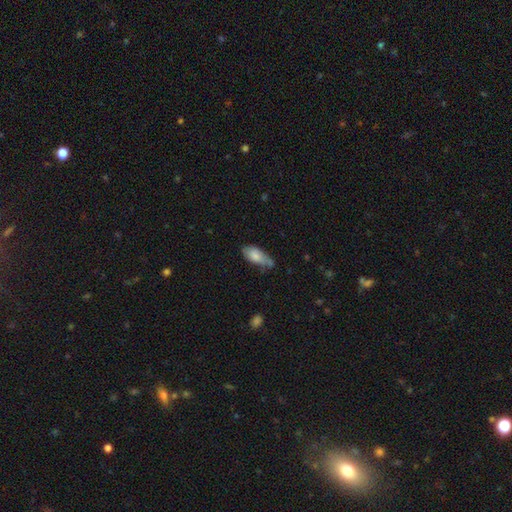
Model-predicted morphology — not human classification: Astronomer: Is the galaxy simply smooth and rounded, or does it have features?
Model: smooth — 77%.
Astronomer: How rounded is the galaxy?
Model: in between — 85%.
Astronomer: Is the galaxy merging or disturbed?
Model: none — 45% (runner-up: minor disturbance, 38%).